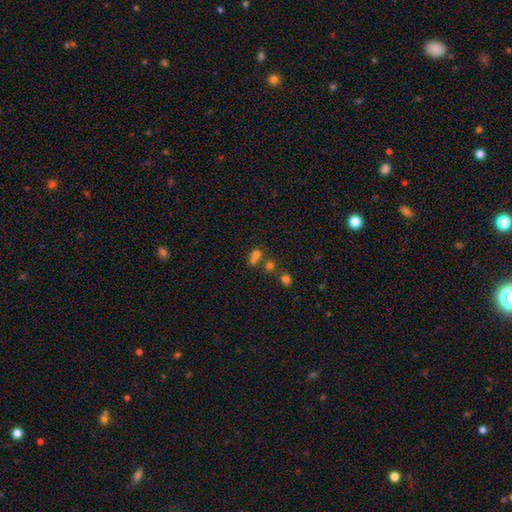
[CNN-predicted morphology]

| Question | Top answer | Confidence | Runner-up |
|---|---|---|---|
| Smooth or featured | smooth | 66% | star or artifact (20%) |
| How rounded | round | 60% | in between (38%) |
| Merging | merger | 49% | none (36%) |